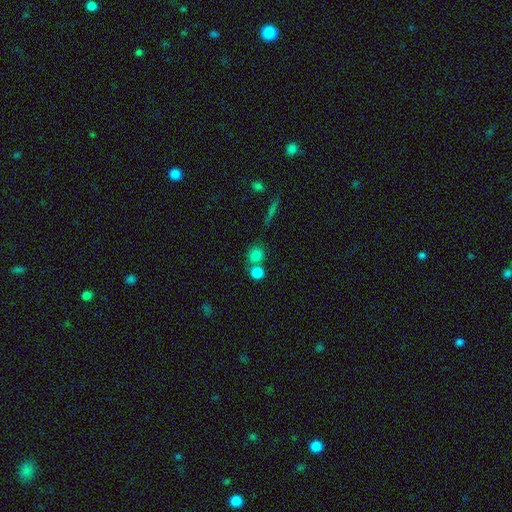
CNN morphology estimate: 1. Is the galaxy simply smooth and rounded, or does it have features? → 81% smooth, 11% star or artifact, 7% featured or disk.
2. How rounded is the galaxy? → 74% round, 24% in between, 2% cigar-shaped.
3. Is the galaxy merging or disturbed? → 49% none, 38% merger, 8% minor disturbance, 4% major disturbance.